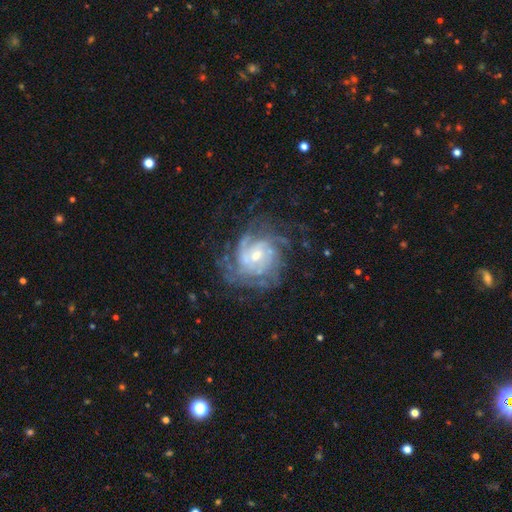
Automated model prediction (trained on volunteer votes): This is clearly a featured or disk galaxy (86%). It is clearly not viewed edge-on (98%). Bar: possibly no (57%). Spiral arm pattern: clearly yes (94%). Spiral arm count: marginally can't tell (38%). Spiral winding: possibly tight (58%). Central bulge: possibly moderate (47%). Merging: likely none (64%).